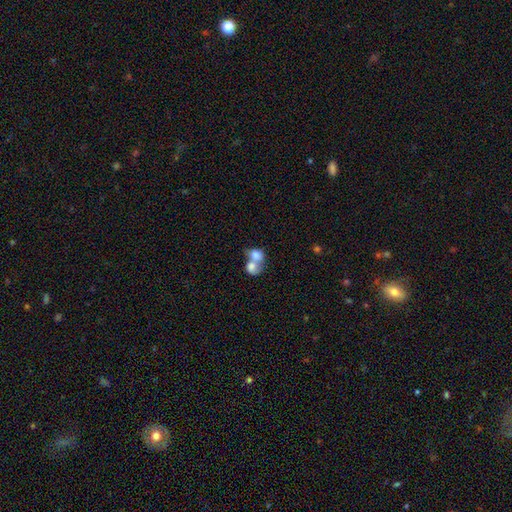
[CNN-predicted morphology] smooth 73%, featured or disk 20%, star or artifact 7%. Down the decision tree: how rounded — in between (51%); merging — merger (80%).